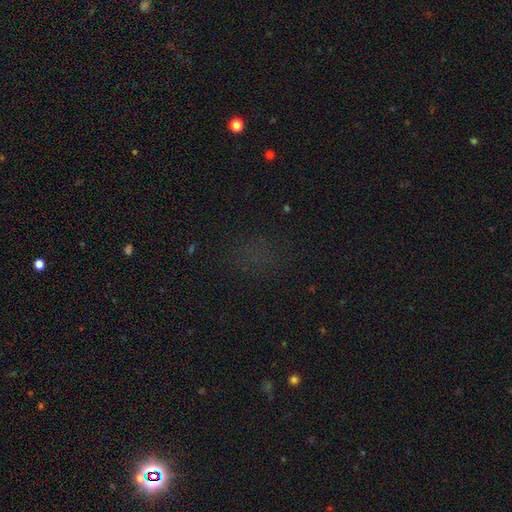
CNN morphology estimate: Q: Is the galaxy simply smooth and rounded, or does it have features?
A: star or artifact — 52%.